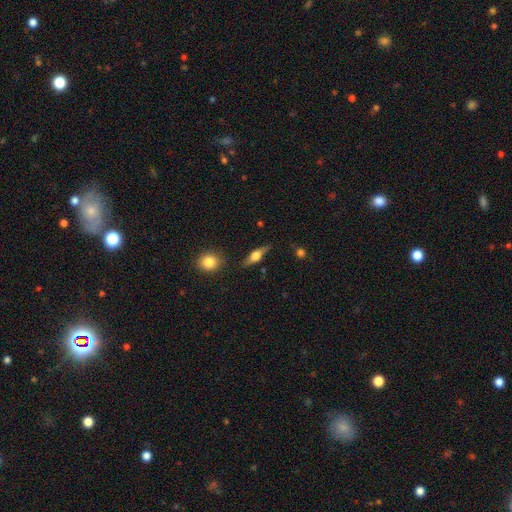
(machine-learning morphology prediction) Smooth or featured? Predicted: featured or disk (p=0.55). Edge-on disk? Predicted: yes (p=0.93). Edge-on bulge? Predicted: rounded (p=0.91). Merging? Predicted: none (p=0.82).